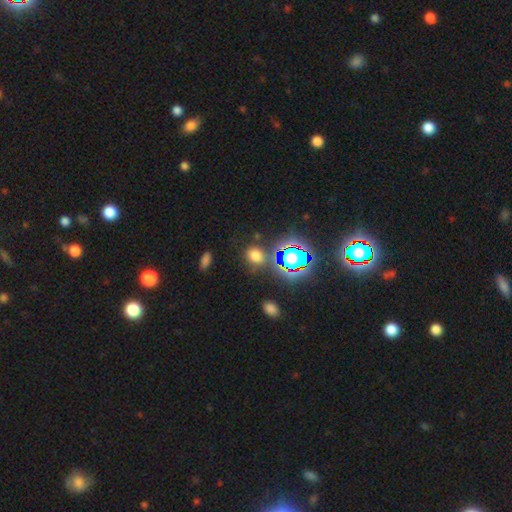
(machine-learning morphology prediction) smooth_or_featured: smooth (p=0.62) [alt: star or artifact p=0.30]
how_rounded: round (p=0.65) [alt: in between p=0.33]
merging: none (p=0.78) [alt: minor disturbance p=0.12]